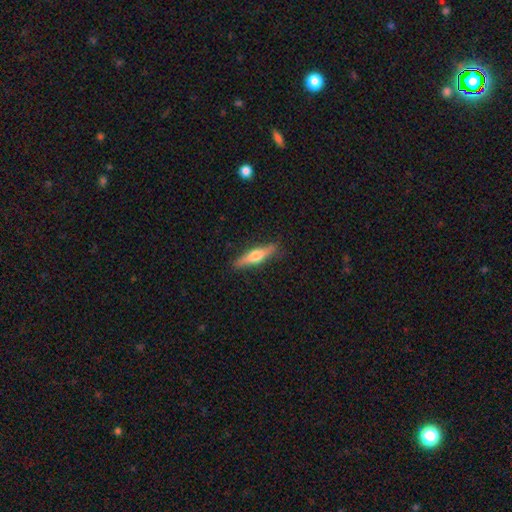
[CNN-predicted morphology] smooth_or_featured: featured or disk (p=0.48) [alt: smooth p=0.46]
merging: none (p=0.88) [alt: minor disturbance p=0.09]